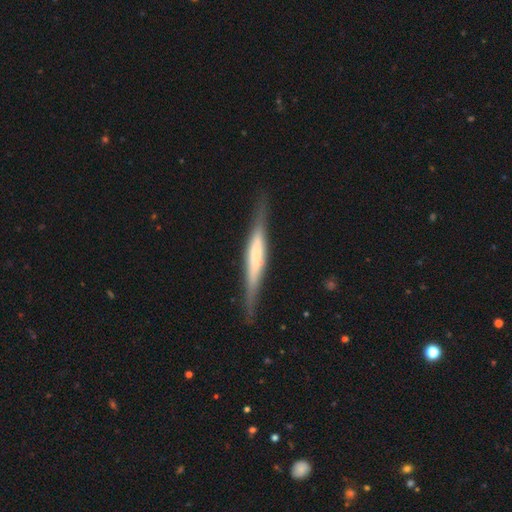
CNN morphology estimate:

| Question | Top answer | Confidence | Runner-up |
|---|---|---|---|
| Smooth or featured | featured or disk | 66% | smooth (28%) |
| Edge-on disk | yes | 96% | no (4%) |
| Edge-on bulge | boxy | 42% | rounded (32%) |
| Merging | none | 85% | minor disturbance (11%) |